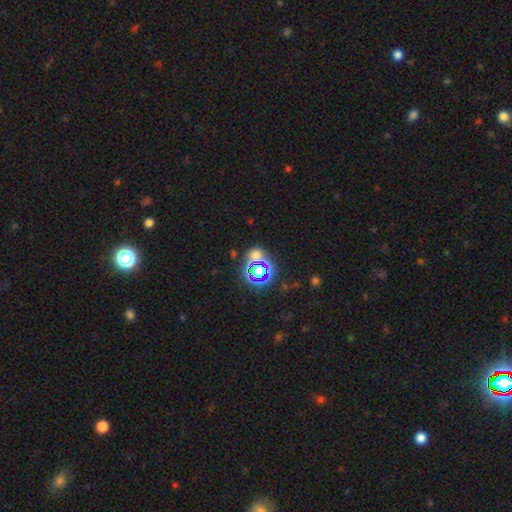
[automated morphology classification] This appears to be a star or artifact, not a galaxy (49%).